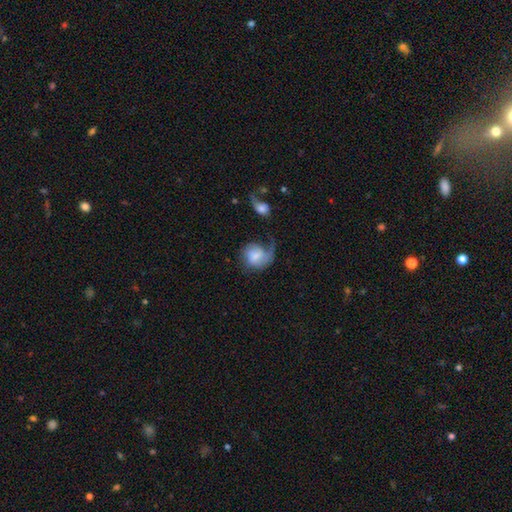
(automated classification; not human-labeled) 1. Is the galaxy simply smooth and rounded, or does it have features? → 48% smooth, 45% featured or disk, 7% star or artifact.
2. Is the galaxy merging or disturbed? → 39% major disturbance, 31% none, 21% minor disturbance, 10% merger.